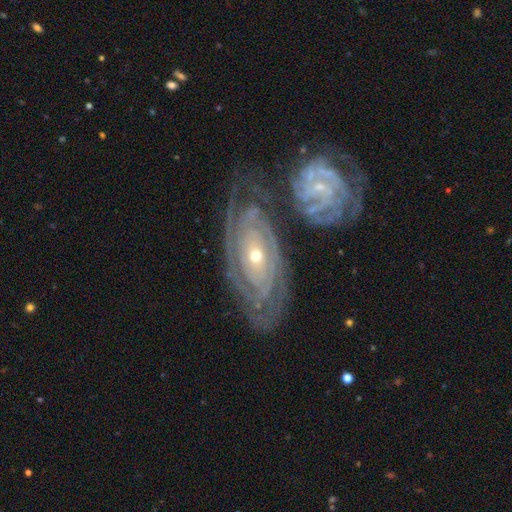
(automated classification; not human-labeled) Smooth or featured?
  - featured or disk: 88% *
  - smooth: 7%
  - star or artifact: 5%
Edge-on disk?
  - no: 94% *
  - yes: 6%
Bar?
  - no: 74% *
  - weak: 16%
  - strong: 10%
Spiral arms?
  - yes: 95% *
  - no: 5%
Spiral winding?
  - tight: 79% *
  - medium: 17%
  - loose: 4%
Spiral arm count?
  - 2: 28% * (tied)
  - can't tell: 28% * (tied)
  - 3: 18%
  - 4: 11%
  - more than 4: 8%
  - 1: 7%
Bulge size?
  - small: 66% *
  - moderate: 30%
  - large: 2%
  - dominant: 1%
  - none: 1%
Merging?
  - none: 64% *
  - minor disturbance: 18%
  - major disturbance: 10%
  - merger: 9%